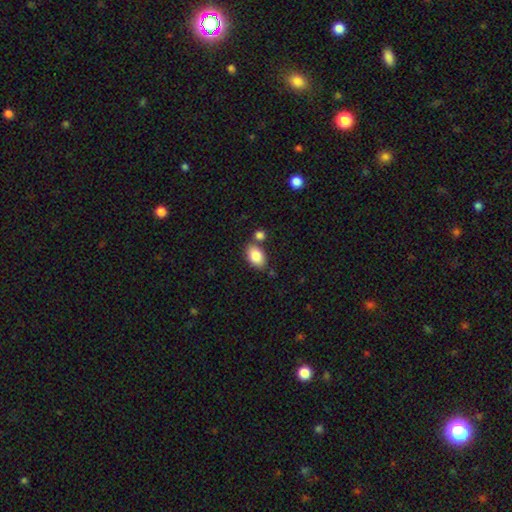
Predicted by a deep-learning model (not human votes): Smooth or featured? smooth (85%)
How rounded? in between (88%)
Merging? none (69%)